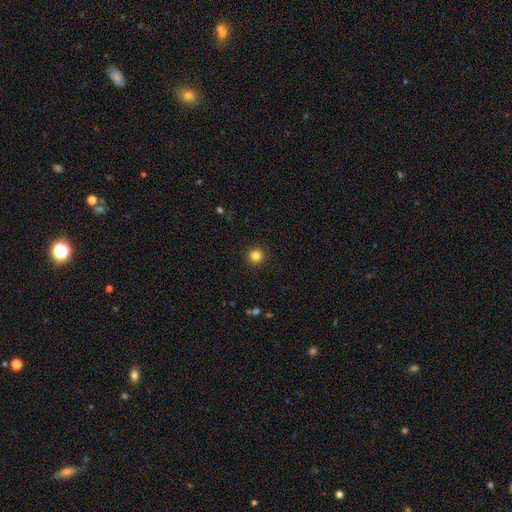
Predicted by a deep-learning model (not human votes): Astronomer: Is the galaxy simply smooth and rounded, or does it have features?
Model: smooth — 83%.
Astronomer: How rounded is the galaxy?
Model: round — 96%.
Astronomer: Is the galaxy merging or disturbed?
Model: none — 93%.